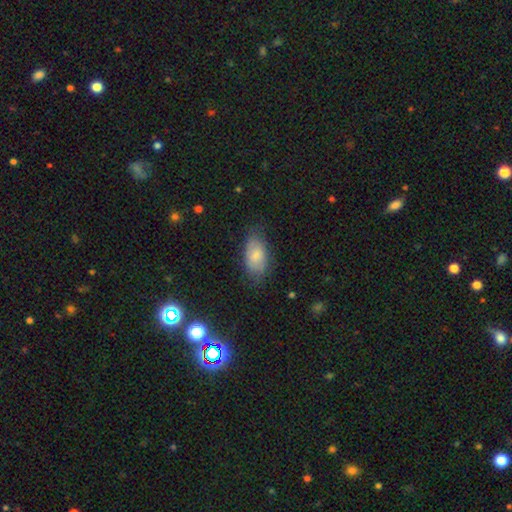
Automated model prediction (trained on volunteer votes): smooth_or_featured: smooth (p=0.73) [alt: featured or disk p=0.19]
how_rounded: in between (p=0.93) [alt: round p=0.04]
merging: none (p=0.68) [alt: minor disturbance p=0.24]